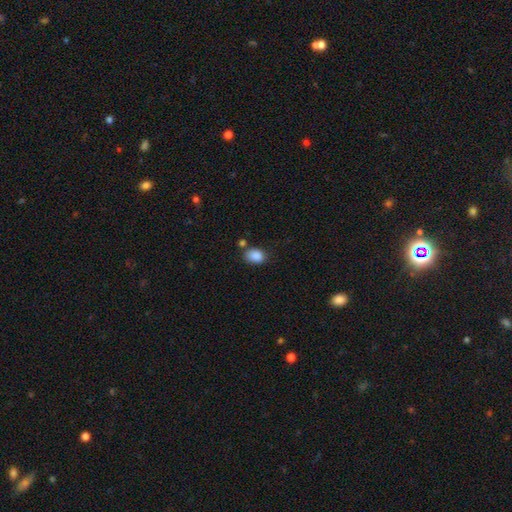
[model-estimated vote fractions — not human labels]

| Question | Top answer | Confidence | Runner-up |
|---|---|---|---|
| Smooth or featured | smooth | 88% | star or artifact (9%) |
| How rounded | in between | 70% | round (29%) |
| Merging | none | 69% | minor disturbance (17%) |